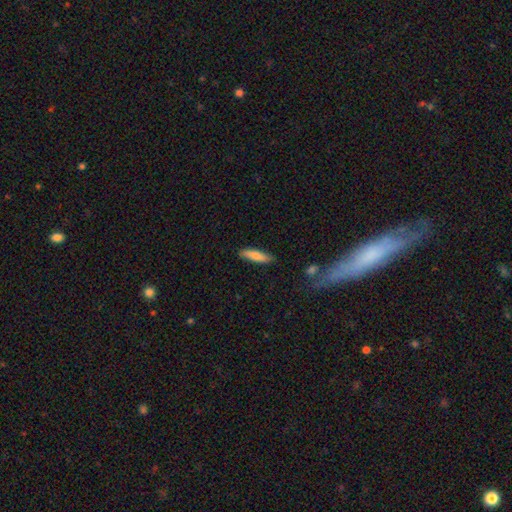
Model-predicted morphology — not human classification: smooth_or_featured: smooth (p=0.80) [alt: featured or disk p=0.14]
how_rounded: cigar-shaped (p=0.70) [alt: in between p=0.29]
merging: none (p=0.84) [alt: minor disturbance p=0.12]